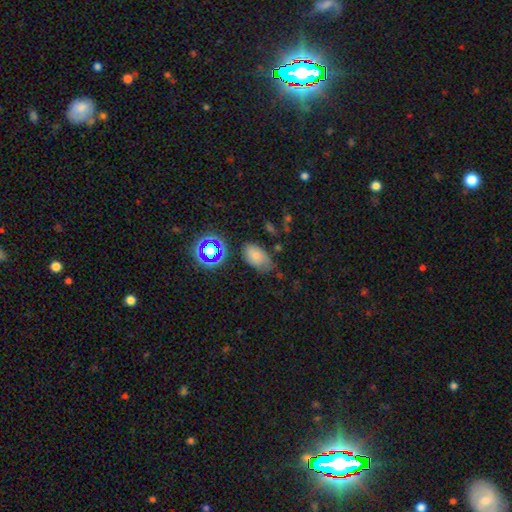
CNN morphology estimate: Smooth or featured? smooth (71%)
How rounded? in between (88%)
Merging? none (62%)